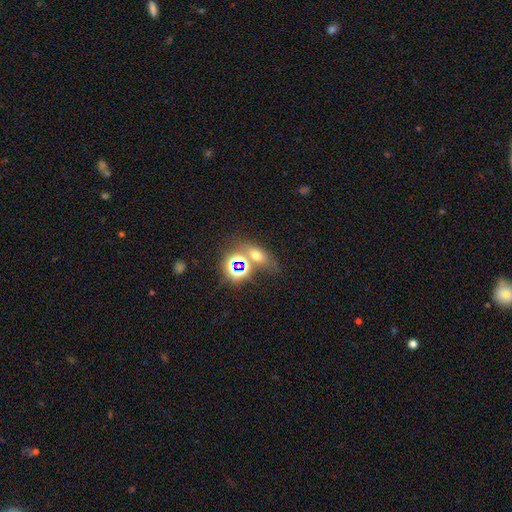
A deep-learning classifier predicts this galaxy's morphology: type=smooth (51%); roundness=in between (65%); merging=none (56%).